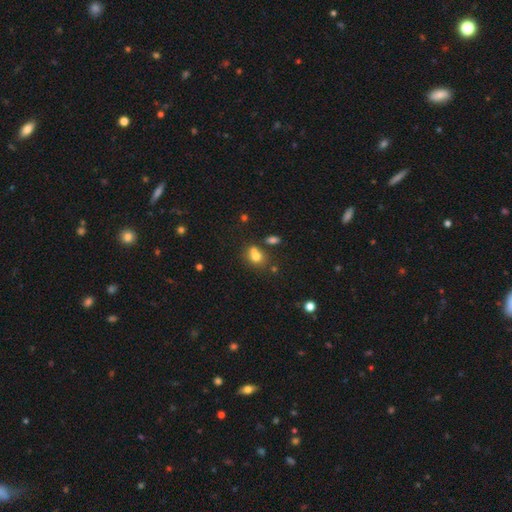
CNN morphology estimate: This is likely a smooth galaxy (73%). How rounded: possibly round (58%). Merging: marginally none (43%).